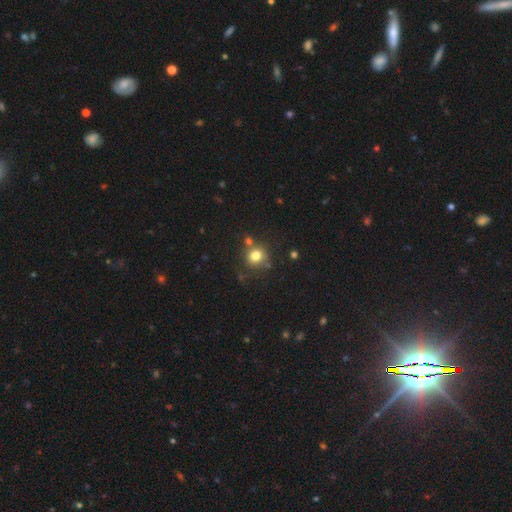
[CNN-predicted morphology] smooth_or_featured: smooth (p=0.78) [alt: star or artifact p=0.13]
how_rounded: round (p=0.86) [alt: in between p=0.14]
merging: none (p=0.71) [alt: merger p=0.13]